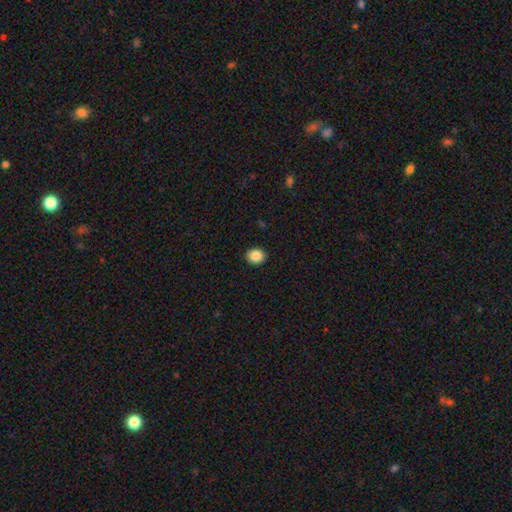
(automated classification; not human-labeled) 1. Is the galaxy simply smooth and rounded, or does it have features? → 87% smooth, 9% star or artifact, 4% featured or disk.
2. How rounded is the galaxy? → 68% round, 31% in between, 1% cigar-shaped.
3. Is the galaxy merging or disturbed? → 91% none, 6% minor disturbance, 2% major disturbance, 1% merger.